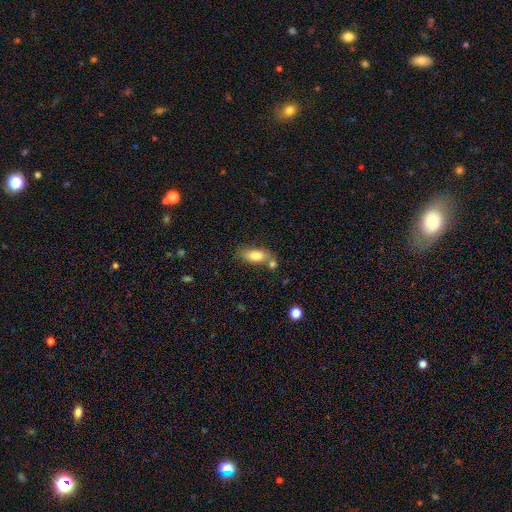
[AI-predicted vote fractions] The model was most divided on "merging": none: 55%, merger: 23%, minor disturbance: 17%, major disturbance: 5%. More confident: how rounded — in between (84%); smooth or featured — smooth (80%).